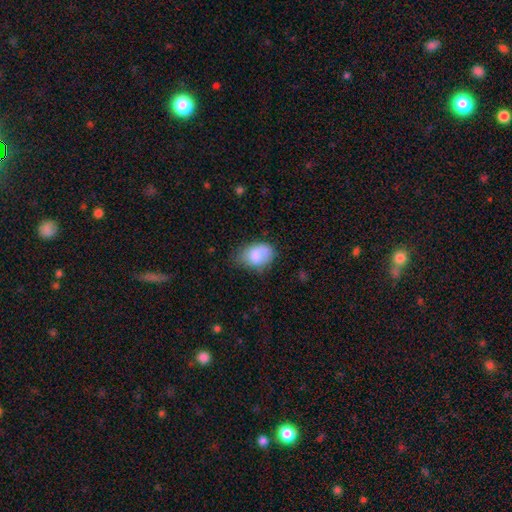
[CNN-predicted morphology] type=smooth (77%); roundness=in between (80%); merging=none (47%).